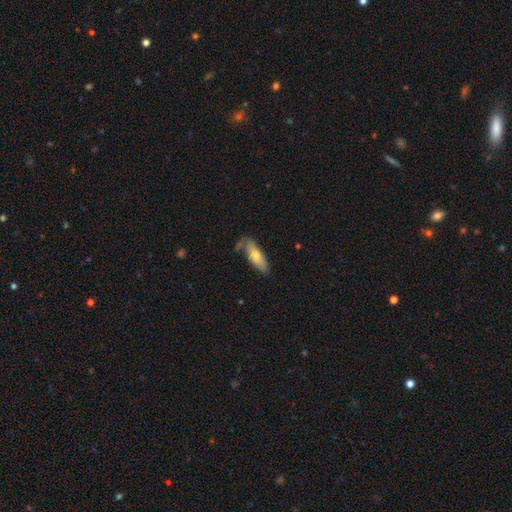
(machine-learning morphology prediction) The model was most divided on "how rounded": in between: 60%, cigar-shaped: 37%, round: 2%. More confident: smooth or featured — smooth (64%); merging — none (60%).